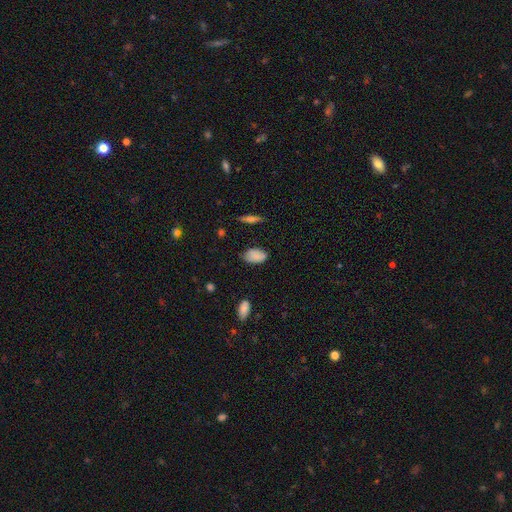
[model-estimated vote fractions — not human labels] Smooth or featured: smooth — 85% (star or artifact — 8%)
How rounded: in between — 93% (round — 5%)
Merging: none — 74% (minor disturbance — 20%)